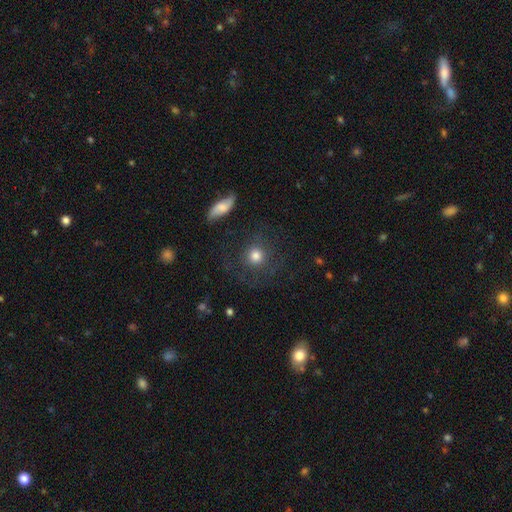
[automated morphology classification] Smooth or featured: smooth — 72% (featured or disk — 17%)
How rounded: round — 89% (in between — 10%)
Merging: none — 73% (minor disturbance — 13%)